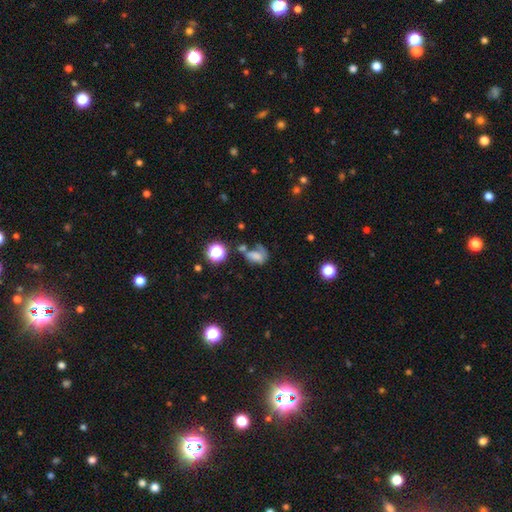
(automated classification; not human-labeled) Overall: smooth (54%; featured or disk 27%). How rounded: in between (67%; round 30%). Merging: major disturbance (34%; none 24%).